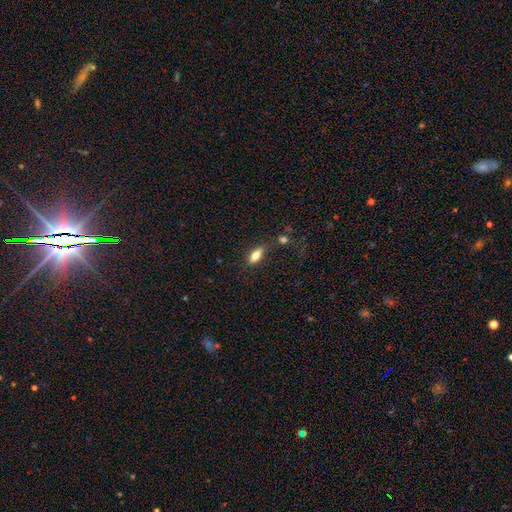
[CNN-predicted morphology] Smooth or featured?
  - smooth: 71% *
  - featured or disk: 20%
  - star or artifact: 9%
How rounded?
  - in between: 77% *
  - cigar-shaped: 19%
  - round: 4%
Merging?
  - none: 76% *
  - minor disturbance: 14%
  - merger: 6%
  - major disturbance: 5%